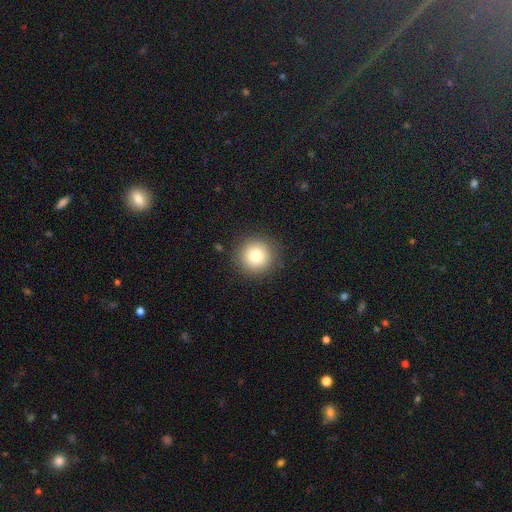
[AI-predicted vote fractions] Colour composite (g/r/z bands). It shows a smooth galaxy with no disk features (82%) that is round (95%). Merging: none (90%).